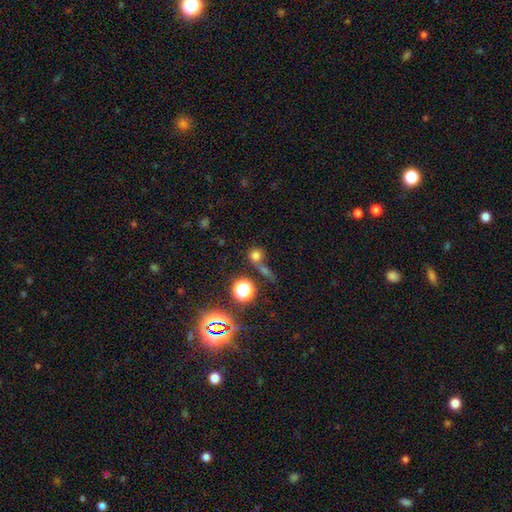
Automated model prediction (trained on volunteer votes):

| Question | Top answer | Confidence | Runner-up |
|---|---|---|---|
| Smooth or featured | smooth | 69% | star or artifact (22%) |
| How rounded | round | 84% | in between (14%) |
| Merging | none | 48% | merger (33%) |